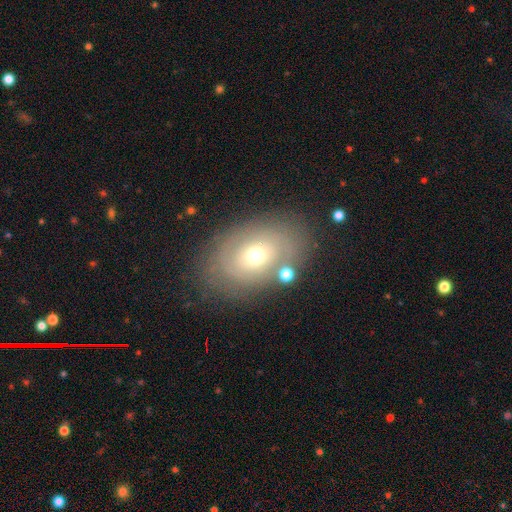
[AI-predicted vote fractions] smooth-or-featured: featured or disk: 53% | smooth: 37% | star or artifact: 10%
  disk-edge-on: no: 92% | yes: 8%
  merging: none: 76% | minor disturbance: 14% | major disturbance: 6% | merger: 4%